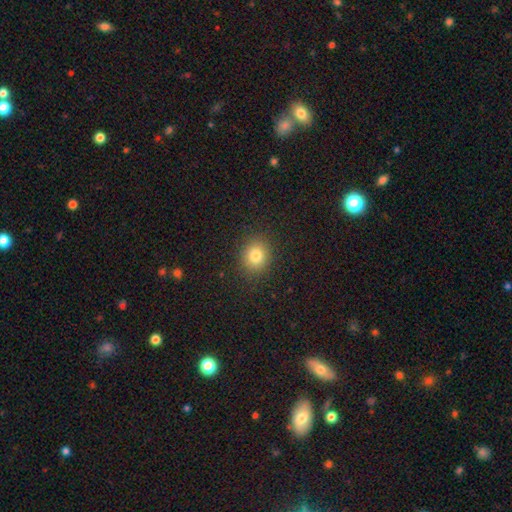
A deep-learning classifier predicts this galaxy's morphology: smooth-or-featured: smooth: 80% | star or artifact: 12% | featured or disk: 7%
  how-rounded: round: 71% | in between: 28% | cigar-shaped: 1%
  merging: none: 89% | minor disturbance: 8% | major disturbance: 3% | merger: 1%